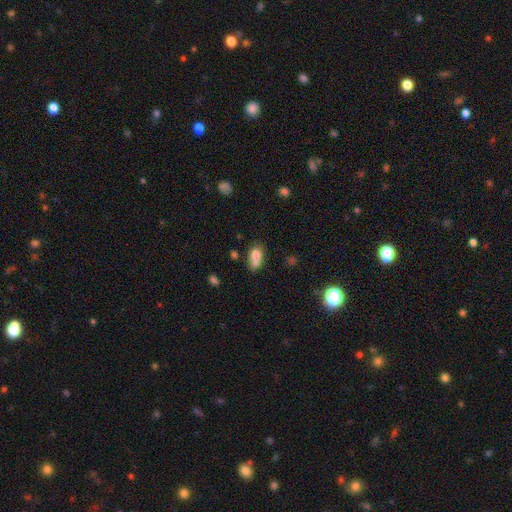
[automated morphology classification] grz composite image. It shows a smooth galaxy with no disk features (74%) that is in between round and cigar-shaped (79%). Merging: none (36%).